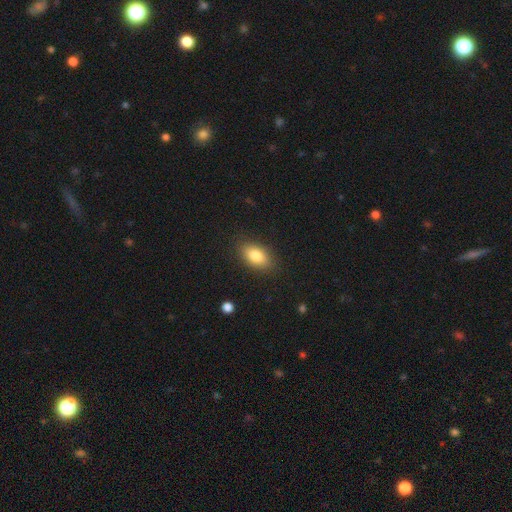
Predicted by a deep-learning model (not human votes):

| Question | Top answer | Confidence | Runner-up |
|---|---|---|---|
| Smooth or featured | smooth | 82% | featured or disk (10%) |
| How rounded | in between | 89% | round (7%) |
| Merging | none | 86% | minor disturbance (10%) |